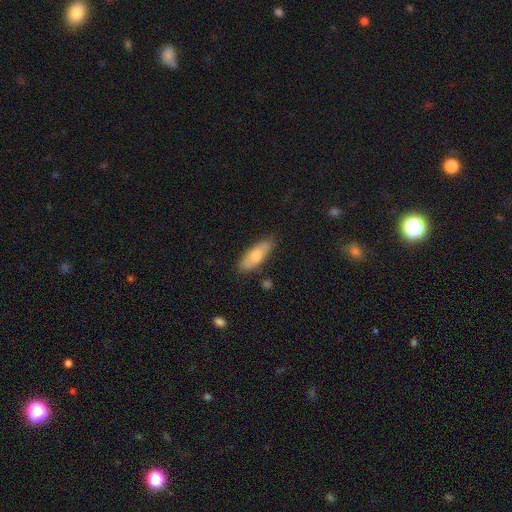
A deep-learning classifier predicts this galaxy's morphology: Smooth or featured? smooth (65%)
How rounded? in between (70%)
Merging? none (78%)